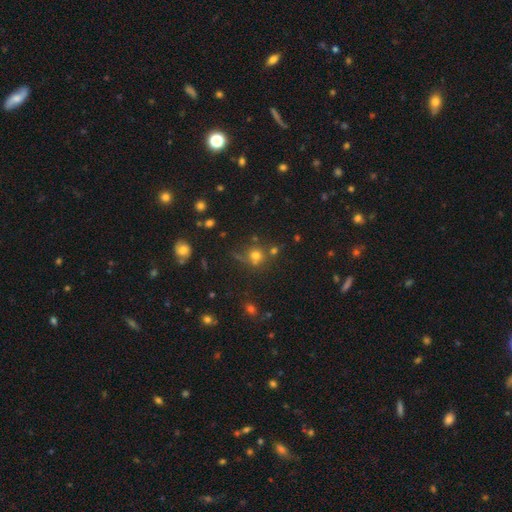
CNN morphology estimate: The model was most divided on "merging": none: 62%, merger: 17%, minor disturbance: 14%, major disturbance: 8%. More confident: how rounded — round (88%); smooth or featured — smooth (67%).